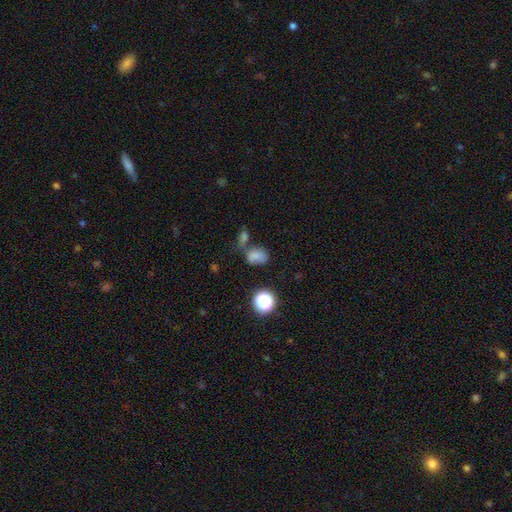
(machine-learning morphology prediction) smooth_or_featured: smooth (p=0.73) [alt: star or artifact p=0.17]
how_rounded: in between (p=0.67) [alt: round p=0.32]
merging: none (p=0.40) [alt: merger p=0.32]